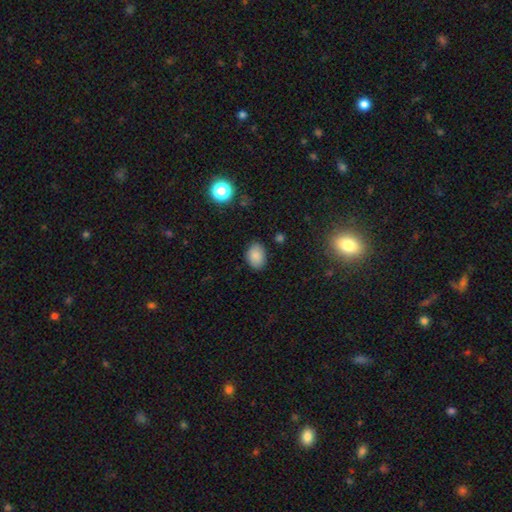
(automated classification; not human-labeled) Overall: smooth (86%). How rounded: in between (79%). Merging: none (85%).